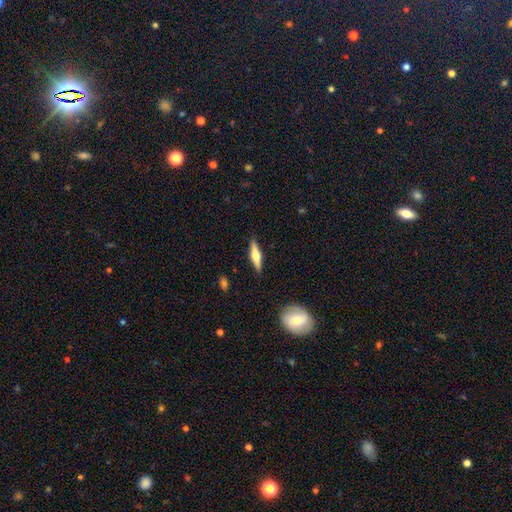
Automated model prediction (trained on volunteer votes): Smooth or featured? Predicted: featured or disk (p=0.54). Edge-on disk? Predicted: yes (p=0.95). Edge-on bulge? Predicted: rounded (p=0.88). Merging? Predicted: none (p=0.88).